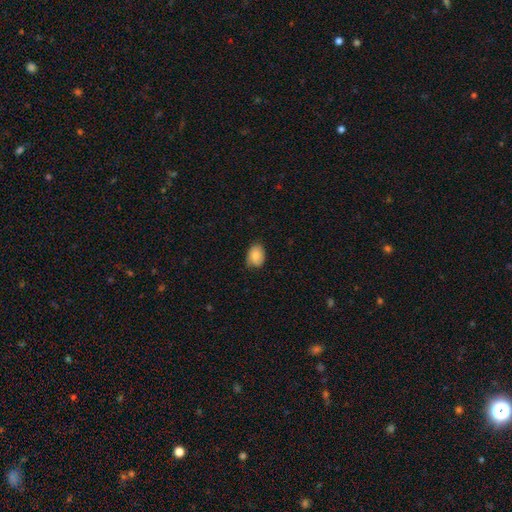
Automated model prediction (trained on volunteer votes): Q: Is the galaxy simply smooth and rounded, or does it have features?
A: smooth — 80%.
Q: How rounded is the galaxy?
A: in between — 72%.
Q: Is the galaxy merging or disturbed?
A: none — 71%.